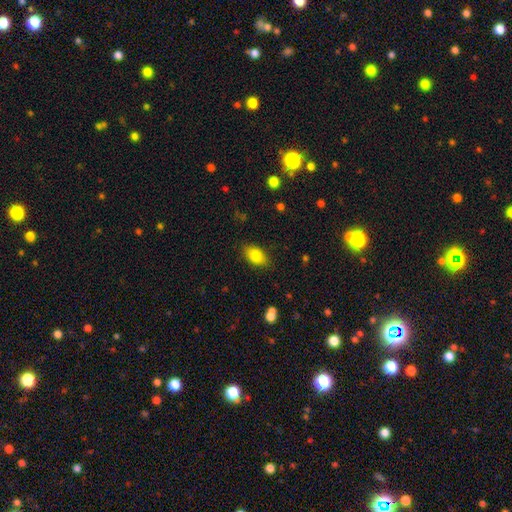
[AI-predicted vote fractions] Q: Smooth or featured?
A: smooth (83%); runner-up: featured or disk (9%)
Q: How rounded?
A: in between (89%); runner-up: round (9%)
Q: Merging?
A: none (84%); runner-up: minor disturbance (12%)